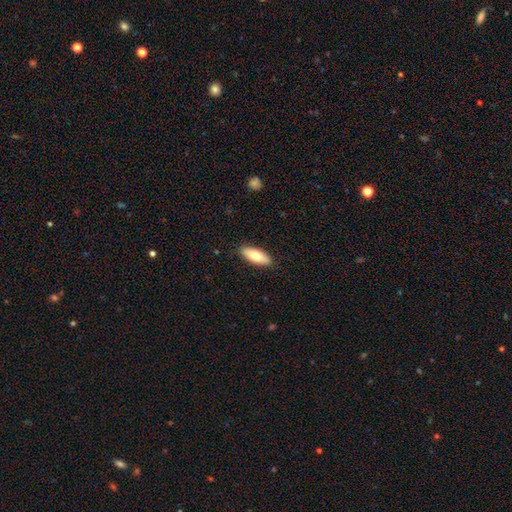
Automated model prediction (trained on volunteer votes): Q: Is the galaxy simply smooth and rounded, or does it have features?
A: smooth — 74%.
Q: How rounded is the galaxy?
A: in between — 75%.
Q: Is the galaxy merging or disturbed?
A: none — 89%.